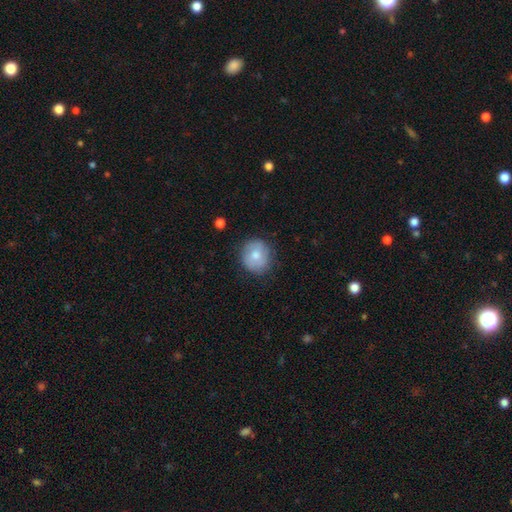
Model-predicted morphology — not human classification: smooth 71%, featured or disk 22%, star or artifact 7%. Down the decision tree: how rounded — round (83%); merging — none (79%).